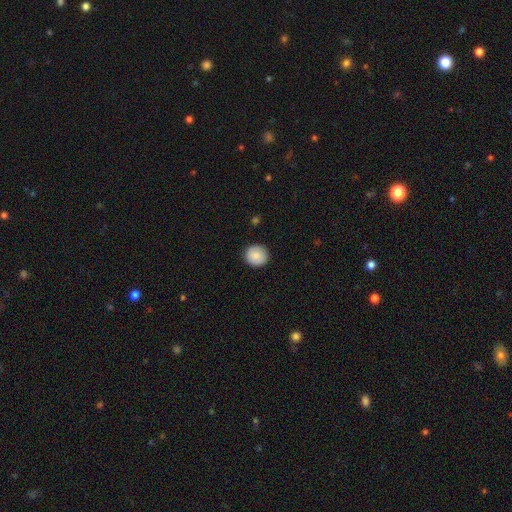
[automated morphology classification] Smooth or featured?
  - smooth: 87% *
  - star or artifact: 8%
  - featured or disk: 6%
How rounded?
  - round: 91% *
  - in between: 8%
  - cigar-shaped: 1%
Merging?
  - none: 91% *
  - minor disturbance: 7%
  - major disturbance: 2%
  - merger: 1%